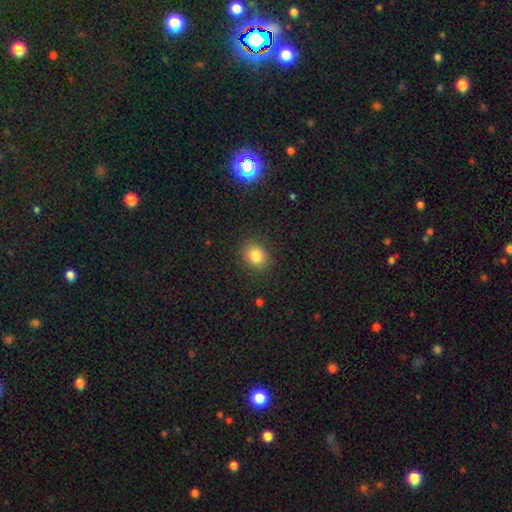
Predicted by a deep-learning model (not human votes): The model was most divided on "how rounded": round: 57%, in between: 42%, cigar-shaped: 1%. More confident: merging — none (87%); smooth or featured — smooth (83%).